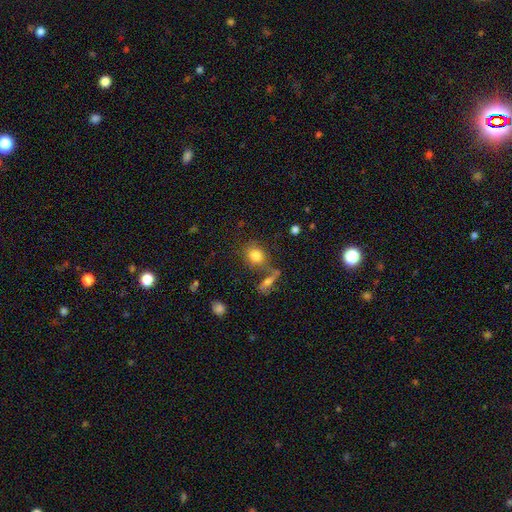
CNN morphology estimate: Q: Smooth or featured?
A: smooth (78%); runner-up: featured or disk (12%)
Q: How rounded?
A: round (65%); runner-up: in between (33%)
Q: Merging?
A: none (58%); runner-up: merger (21%)